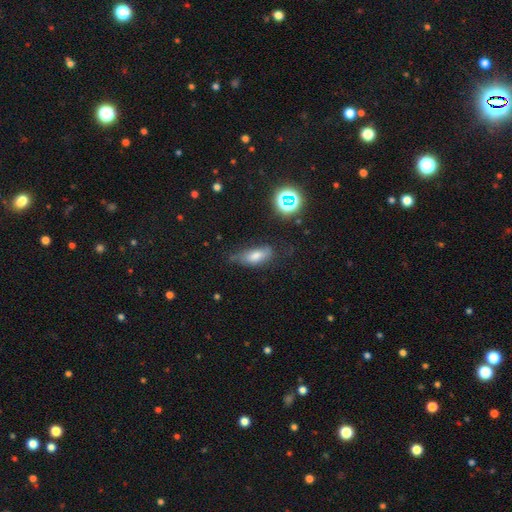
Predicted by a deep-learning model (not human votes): smooth 64%, featured or disk 21%, star or artifact 15%. Down the decision tree: how rounded — in between (75%); merging — none (48%).